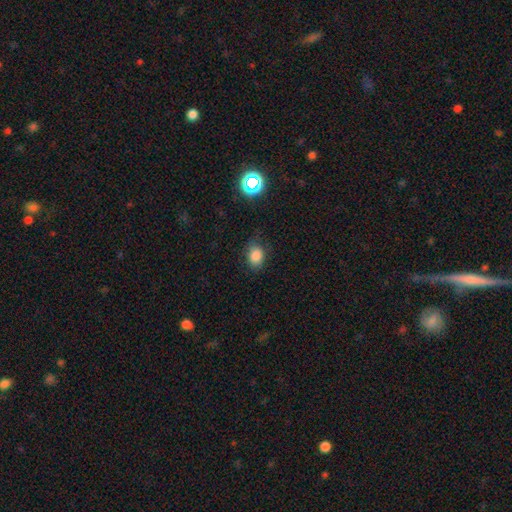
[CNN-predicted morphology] Q: Smooth or featured?
A: smooth (82%); runner-up: star or artifact (12%)
Q: How rounded?
A: in between (65%); runner-up: round (33%)
Q: Merging?
A: none (74%); runner-up: minor disturbance (19%)